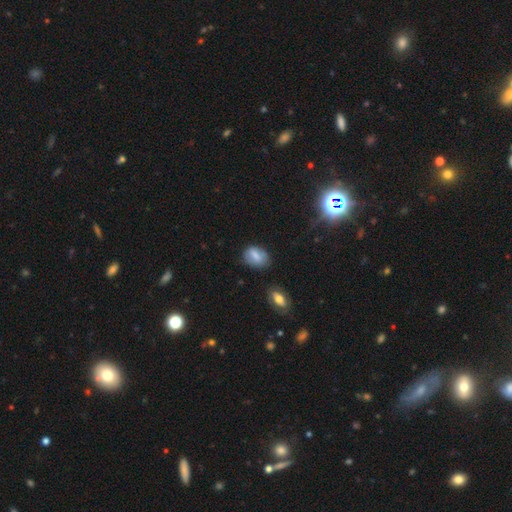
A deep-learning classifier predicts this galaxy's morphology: Smooth or featured: smooth — 74% (featured or disk — 17%)
How rounded: in between — 79% (round — 18%)
Merging: none — 66% (minor disturbance — 25%)